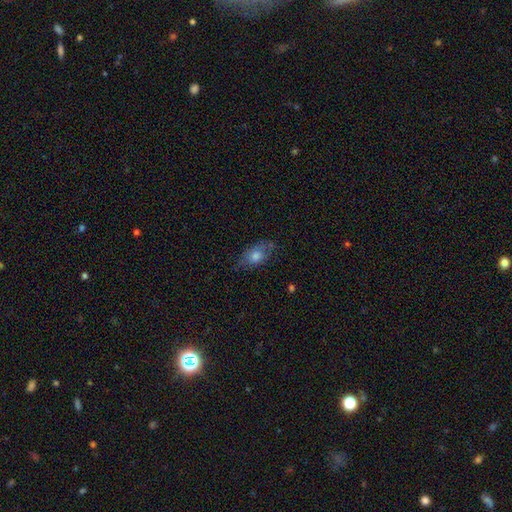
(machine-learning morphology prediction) smooth 57%, featured or disk 31%, star or artifact 12%. Down the decision tree: how rounded — in between (79%); merging — none (67%).